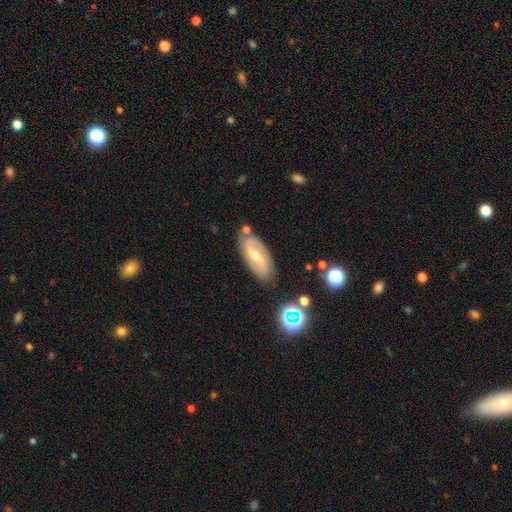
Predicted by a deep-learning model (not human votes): A featured or disk galaxy (73%) with a weak bar (49%), 2 (83%) medium (44%) spiral arms (90%) and a moderate central bulge (52%).

Vote fractions:
- Smooth or featured? featured or disk: 73% / smooth: 20% / star or artifact: 8%
- Edge-on disk? no: 92% / yes: 8%
- Bar? weak: 49% / no: 27% / strong: 25%
- Spiral arms? yes: 90% / no: 10%
- Spiral winding? medium: 44% / tight: 28% / loose: 27%
- Spiral arm count? 2: 83% / can't tell: 10% / 1: 4% / 3: 2% / 4: 1% / more than 4: 1%
- Bulge size? moderate: 52% / small: 43% / large: 2% / none: 2% / dominant: 1%
- Merging? none: 79% / minor disturbance: 14% / merger: 4% / major disturbance: 3%